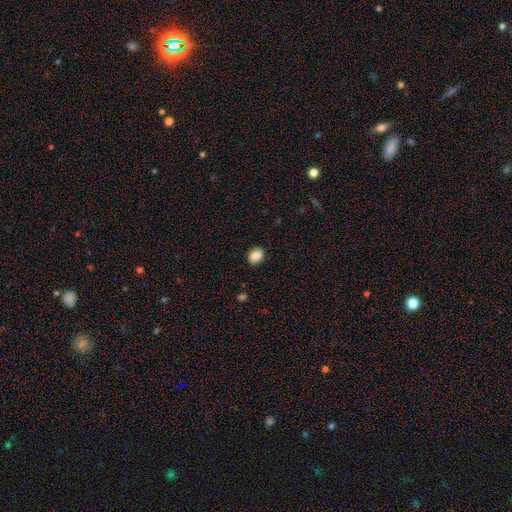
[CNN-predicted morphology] Smooth or featured: smooth — 89% (star or artifact — 8%)
How rounded: in between — 64% (round — 35%)
Merging: none — 88% (minor disturbance — 9%)